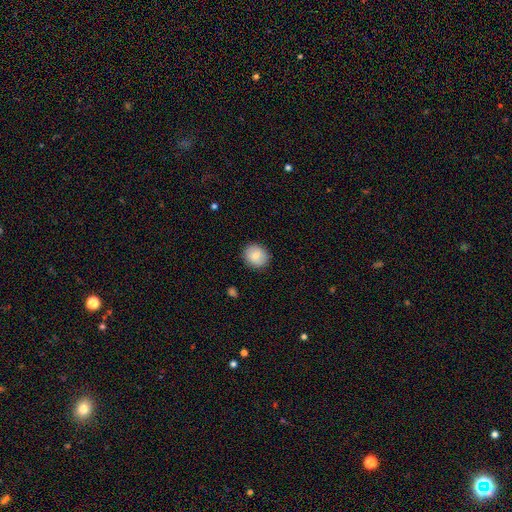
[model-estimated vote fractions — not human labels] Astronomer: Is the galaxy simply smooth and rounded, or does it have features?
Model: smooth — 78%.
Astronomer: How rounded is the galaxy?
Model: round — 78%.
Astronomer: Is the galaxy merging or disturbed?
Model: none — 89%.